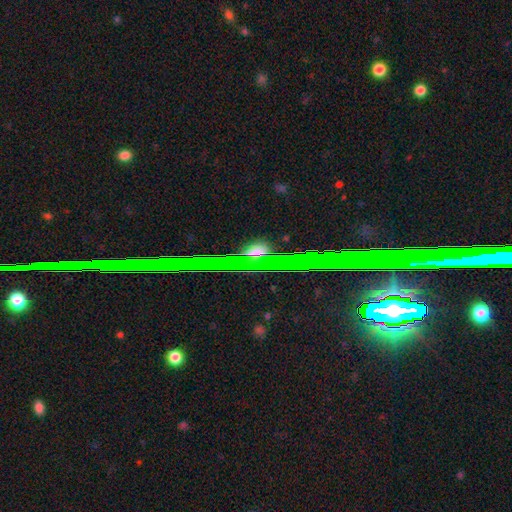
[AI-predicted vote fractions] A star or artifact, not a galaxy (38%).